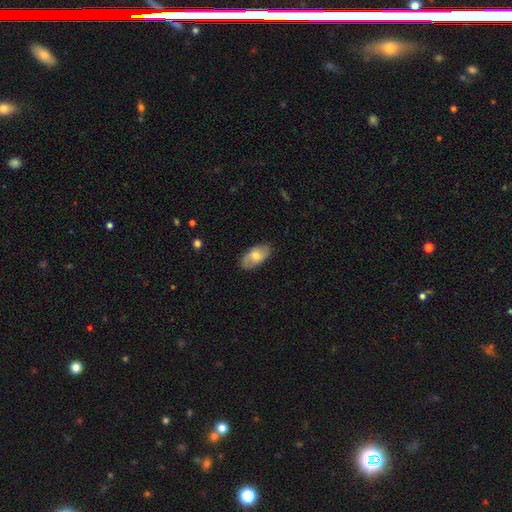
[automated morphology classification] A smooth galaxy with no disk features (61%) that is in between round and cigar-shaped (93%).

Vote fractions:
- Smooth or featured? smooth: 61% / featured or disk: 33% / star or artifact: 6%
- How rounded? in between: 93% / round: 3% / cigar-shaped: 3%
- Merging? none: 84% / minor disturbance: 12% / major disturbance: 2% / merger: 1%